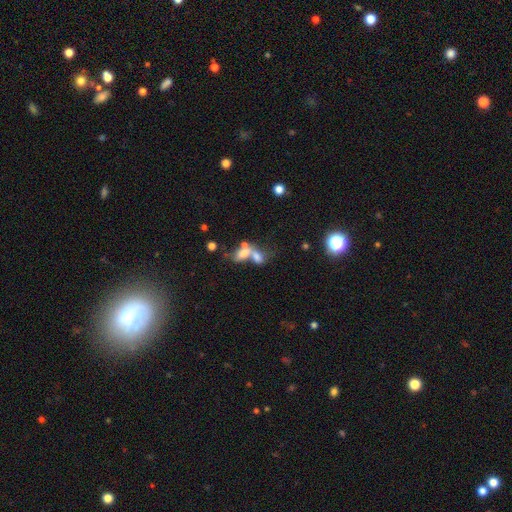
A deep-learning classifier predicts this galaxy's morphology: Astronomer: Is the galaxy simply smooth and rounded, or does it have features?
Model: smooth — 59%.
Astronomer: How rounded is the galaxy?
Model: in between — 77%.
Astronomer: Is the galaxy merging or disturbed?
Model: merger — 68%.